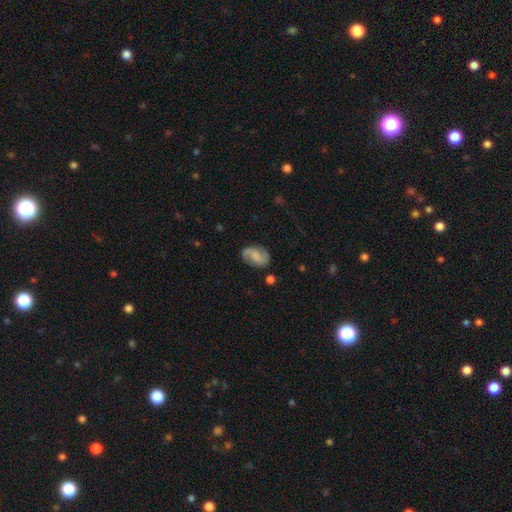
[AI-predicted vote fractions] Smooth or featured: featured or disk — 70% (smooth — 23%)
Edge-on disk: no — 97% (yes — 3%)
Bar: no — 50% (weak — 40%)
Spiral arms: yes — 95% (no — 5%)
Spiral winding: medium — 46% (loose — 35%)
Spiral arm count: 2 — 91% (can't tell — 4%)
Bulge size: none — 42% (small — 26%)
Merging: none — 79% (minor disturbance — 15%)